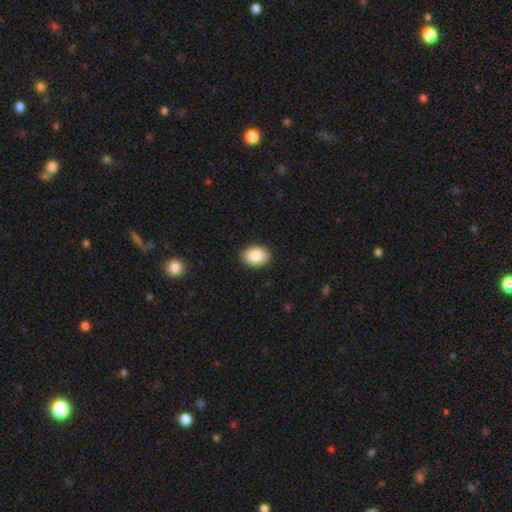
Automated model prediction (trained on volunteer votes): Q: Smooth or featured?
A: smooth (89%); runner-up: star or artifact (7%)
Q: How rounded?
A: in between (76%); runner-up: round (23%)
Q: Merging?
A: none (90%); runner-up: minor disturbance (7%)